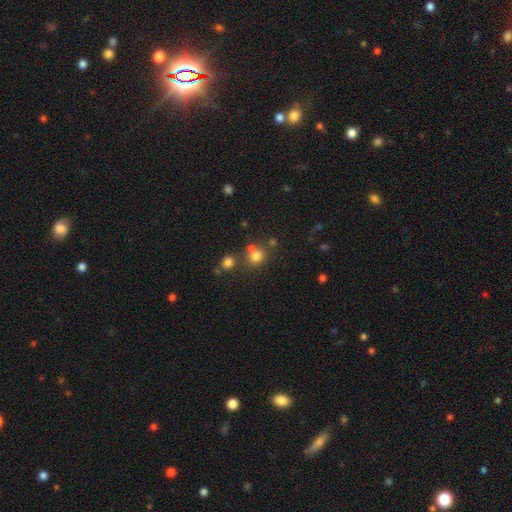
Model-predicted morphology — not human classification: Smooth or featured?
  - smooth: 75% *
  - star or artifact: 17%
  - featured or disk: 8%
How rounded?
  - round: 78% *
  - in between: 21%
  - cigar-shaped: 1%
Merging?
  - none: 60% *
  - merger: 26%
  - minor disturbance: 10%
  - major disturbance: 4%